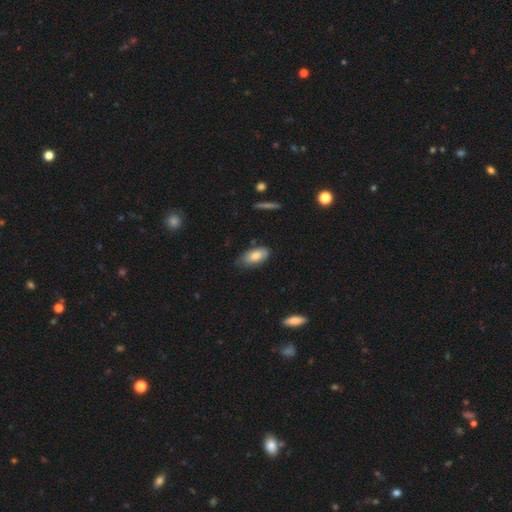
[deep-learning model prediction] This appears to be a smooth galaxy with no disk features (80%) that is in between round and cigar-shaped (92%). Merging: none (65%).